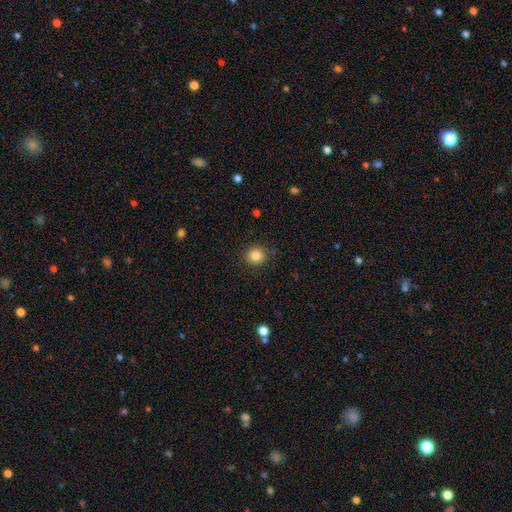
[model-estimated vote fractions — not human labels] Q: Smooth or featured?
A: smooth (85%); runner-up: star or artifact (11%)
Q: How rounded?
A: round (89%); runner-up: in between (10%)
Q: Merging?
A: none (88%); runner-up: minor disturbance (8%)